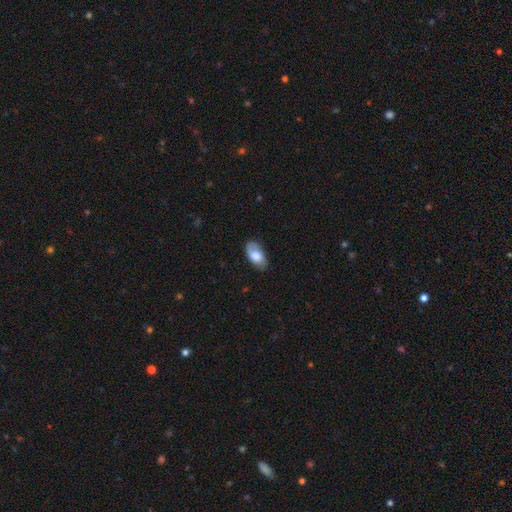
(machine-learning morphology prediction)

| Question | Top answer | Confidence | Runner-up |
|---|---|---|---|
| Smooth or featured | smooth | 66% | featured or disk (27%) |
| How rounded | in between | 93% | round (4%) |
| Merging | none | 74% | minor disturbance (20%) |